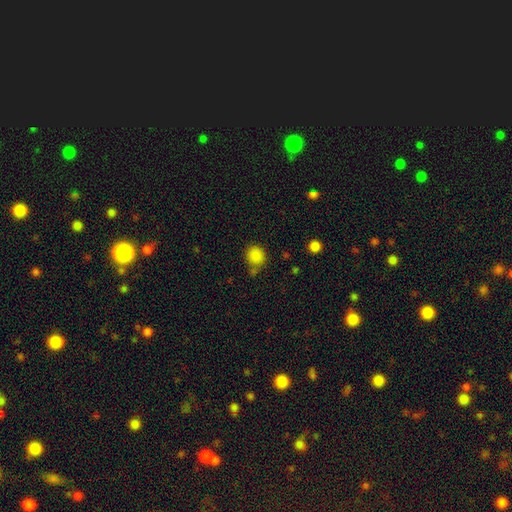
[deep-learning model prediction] Overall: smooth (86%). How rounded: round (79%). Merging: none (71%).